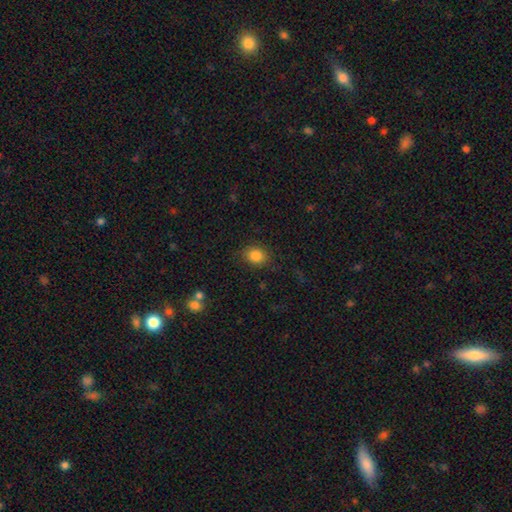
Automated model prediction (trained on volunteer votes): This is clearly a smooth galaxy (85%). How rounded: possibly round (58%). Merging: clearly none (84%).